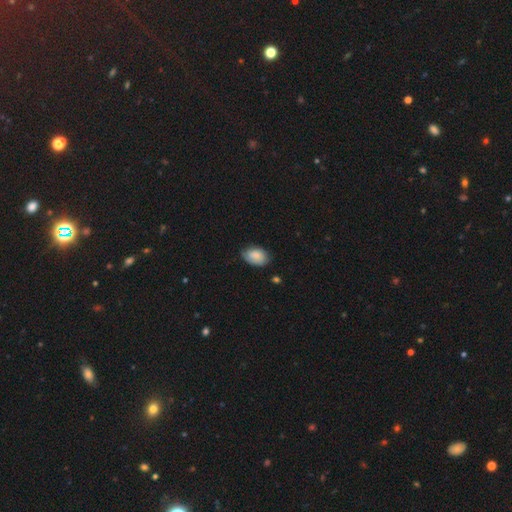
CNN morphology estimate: smooth_or_featured: smooth (p=0.83) [alt: featured or disk p=0.11]
how_rounded: in between (p=0.86) [alt: round p=0.12]
merging: none (p=0.69) [alt: minor disturbance p=0.26]